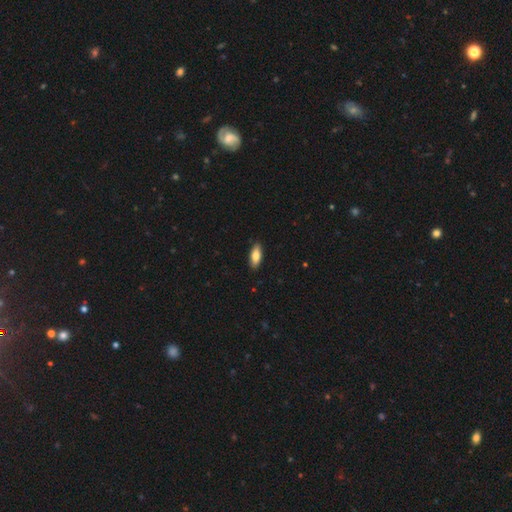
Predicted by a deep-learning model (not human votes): Smooth or featured?
  - smooth: 81% *
  - featured or disk: 13%
  - star or artifact: 6%
How rounded?
  - in between: 77% *
  - cigar-shaped: 21%
  - round: 2%
Merging?
  - none: 88% *
  - minor disturbance: 9%
  - major disturbance: 2%
  - merger: 1%